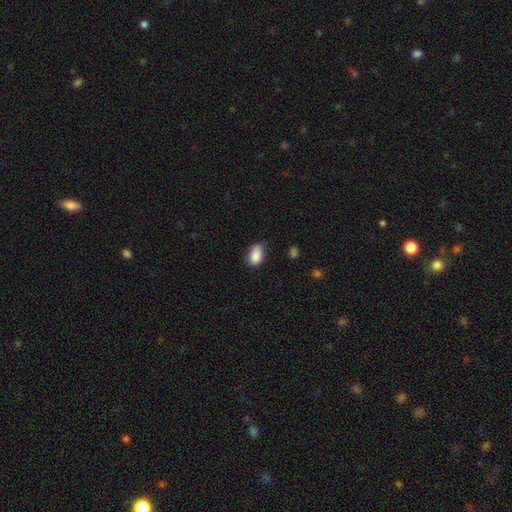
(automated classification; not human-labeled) This appears to be a smooth galaxy with no disk features (88%) that is in between round and cigar-shaped (89%). Merging: none (66%).